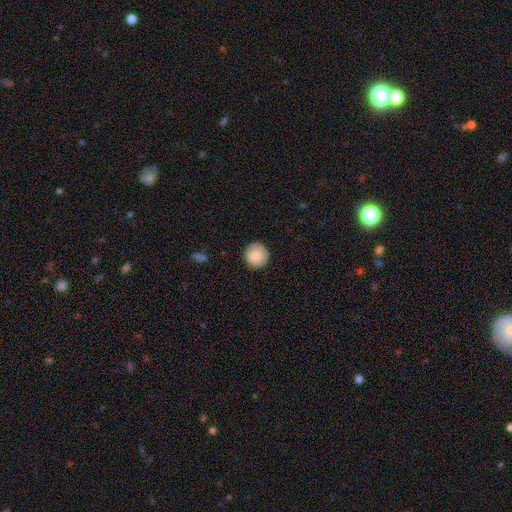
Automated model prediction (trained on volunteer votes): This is clearly a smooth galaxy (83%). How rounded: clearly round (94%). Merging: clearly none (87%).